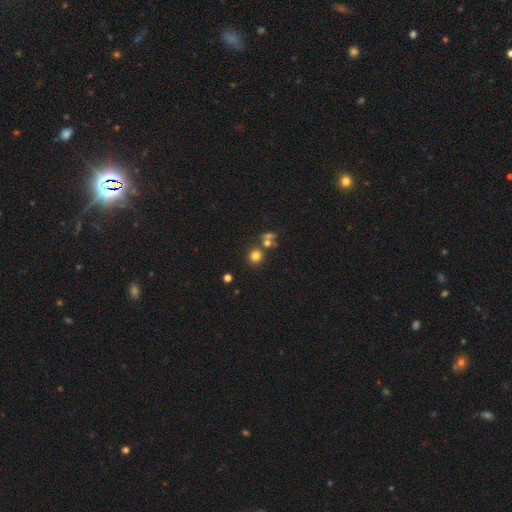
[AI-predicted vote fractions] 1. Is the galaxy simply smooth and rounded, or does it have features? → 77% smooth, 15% star or artifact, 8% featured or disk.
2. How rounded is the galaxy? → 89% round, 10% in between, 1% cigar-shaped.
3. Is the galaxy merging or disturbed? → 70% none, 18% merger, 8% minor disturbance, 4% major disturbance.